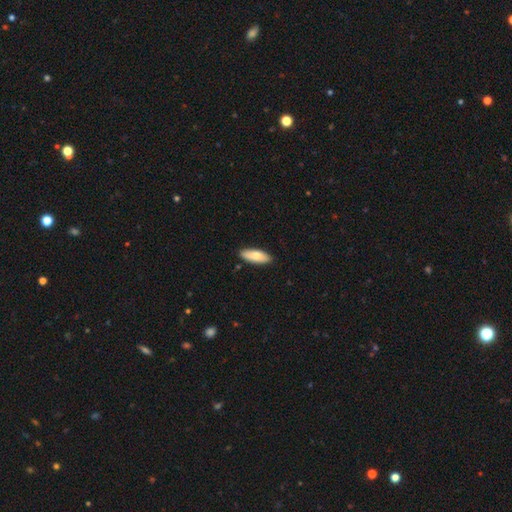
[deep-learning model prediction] A smooth galaxy with no disk features (77%) that is in between round and cigar-shaped (68%). Merging: none (89%).